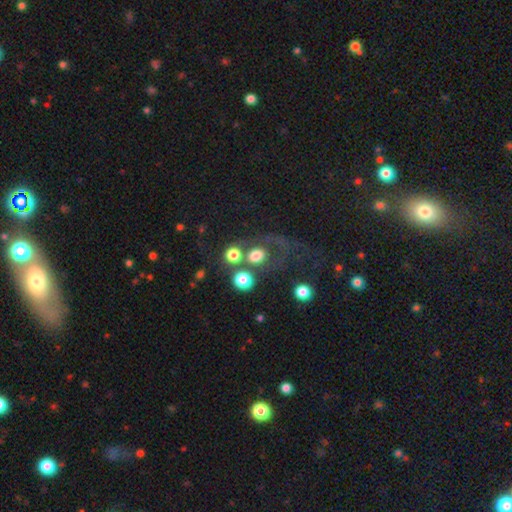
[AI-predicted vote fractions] Q: Smooth or featured?
A: smooth (69%); runner-up: featured or disk (17%)
Q: How rounded?
A: round (65%); runner-up: in between (33%)
Q: Merging?
A: none (41%); runner-up: merger (28%)